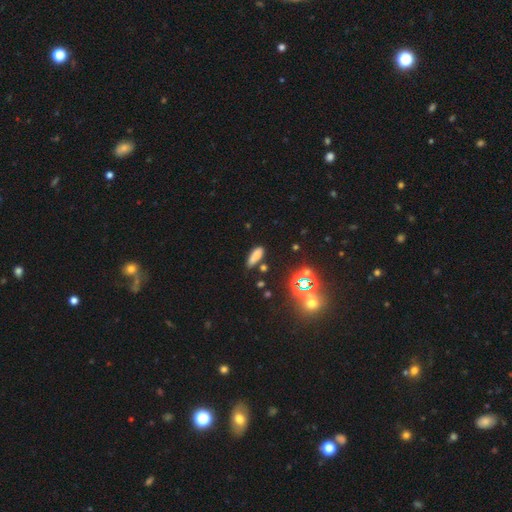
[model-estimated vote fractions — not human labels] smooth_or_featured: smooth (p=0.74) [alt: star or artifact p=0.18]
how_rounded: in between (p=0.60) [alt: cigar-shaped p=0.36]
merging: none (p=0.73) [alt: minor disturbance p=0.17]